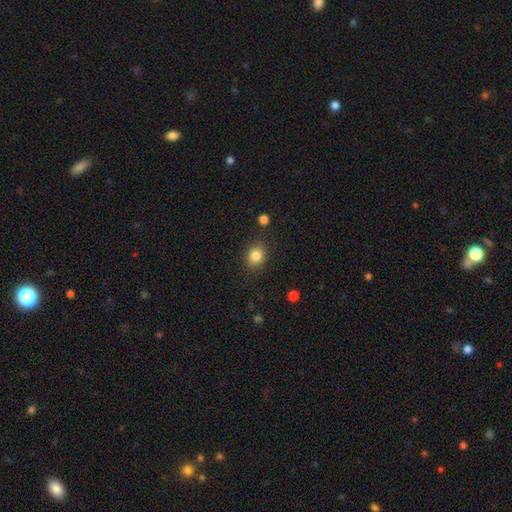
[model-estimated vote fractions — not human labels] smooth-or-featured: smooth: 84% | star or artifact: 10% | featured or disk: 5%
  how-rounded: round: 65% | in between: 34% | cigar-shaped: 1%
  merging: none: 85% | minor disturbance: 10% | major disturbance: 3% | merger: 2%